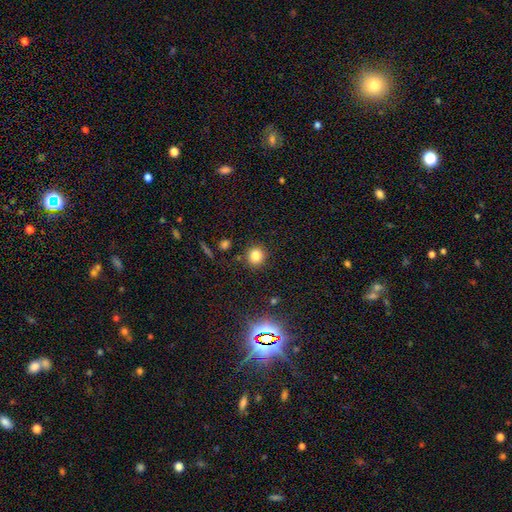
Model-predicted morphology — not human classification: smooth 80%, star or artifact 14%, featured or disk 6%. Down the decision tree: how rounded — round (88%); merging — none (86%).